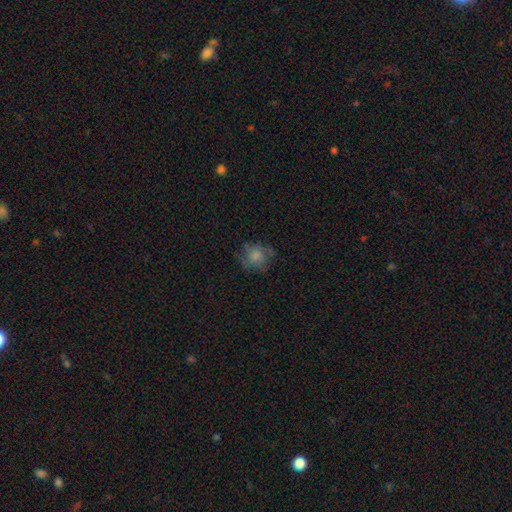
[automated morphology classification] Smooth or featured? smooth (69%)
How rounded? round (77%)
Merging? none (65%)